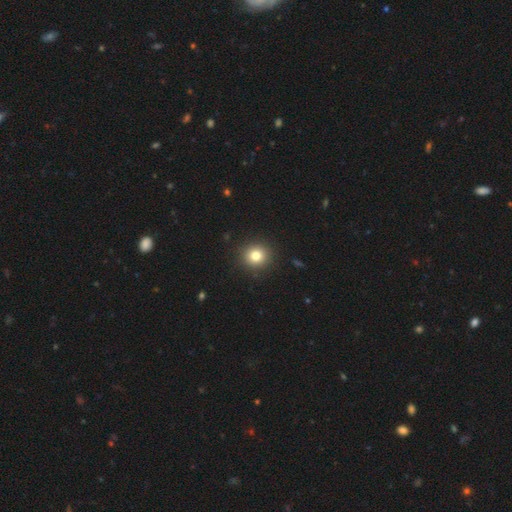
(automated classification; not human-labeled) Q: Smooth or featured?
A: smooth (80%); runner-up: star or artifact (12%)
Q: How rounded?
A: round (90%); runner-up: in between (9%)
Q: Merging?
A: none (92%); runner-up: minor disturbance (5%)